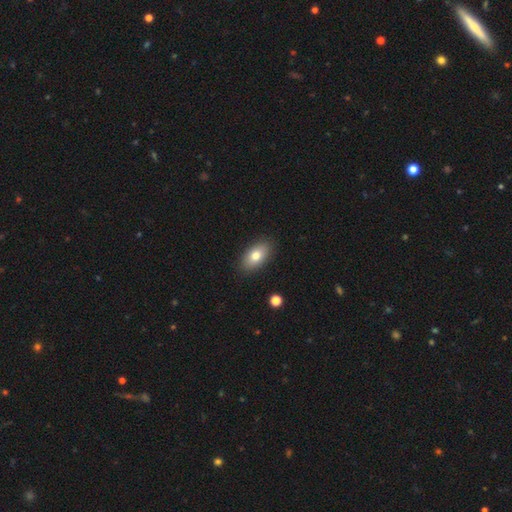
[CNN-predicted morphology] Q: Smooth or featured?
A: smooth (78%); runner-up: featured or disk (15%)
Q: How rounded?
A: in between (92%); runner-up: round (5%)
Q: Merging?
A: none (88%); runner-up: minor disturbance (9%)